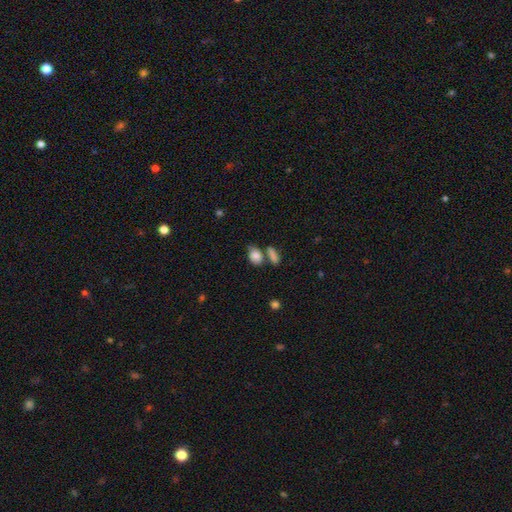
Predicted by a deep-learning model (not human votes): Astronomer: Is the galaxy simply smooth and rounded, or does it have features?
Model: smooth — 83%.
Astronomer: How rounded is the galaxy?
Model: in between — 71%.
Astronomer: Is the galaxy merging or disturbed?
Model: none — 47% (runner-up: merger, 30%).